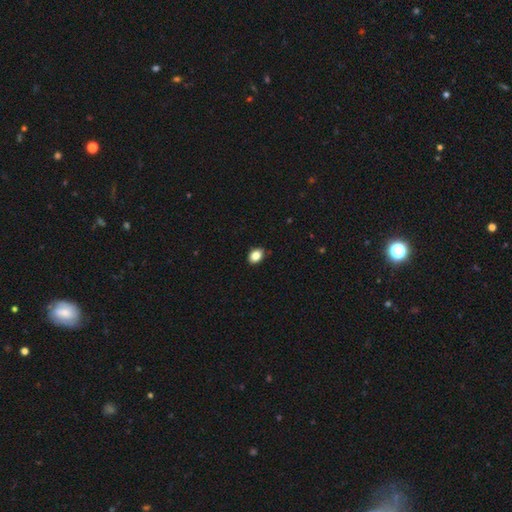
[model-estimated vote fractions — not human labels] A smooth galaxy with no disk features (86%) that is in between round and cigar-shaped (75%).

Vote fractions:
- Smooth or featured? smooth: 86% / star or artifact: 9% / featured or disk: 5%
- How rounded? in between: 75% / round: 24% / cigar-shaped: 1%
- Merging? none: 87% / minor disturbance: 10% / major disturbance: 2% / merger: 1%